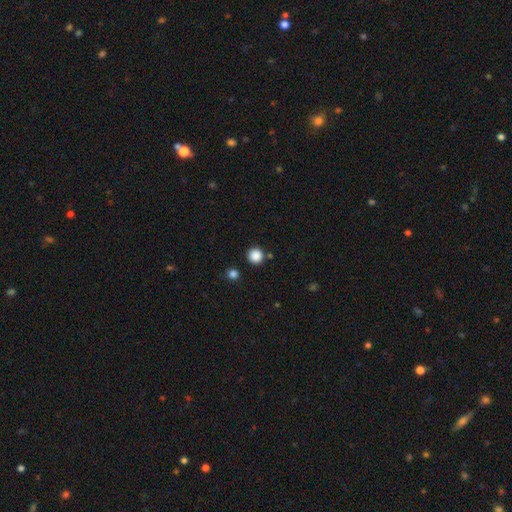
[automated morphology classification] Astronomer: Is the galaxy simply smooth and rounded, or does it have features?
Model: smooth — 86%.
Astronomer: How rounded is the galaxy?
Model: round — 95%.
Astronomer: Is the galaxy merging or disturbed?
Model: none — 87%.